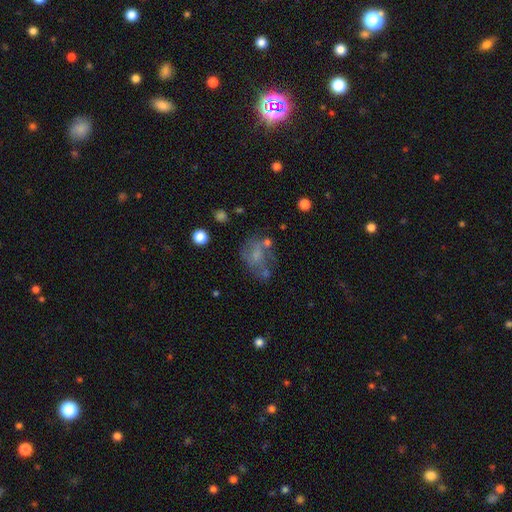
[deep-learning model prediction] smooth 45%, featured or disk 40%, star or artifact 15%. Down the decision tree: merging — none (39%).